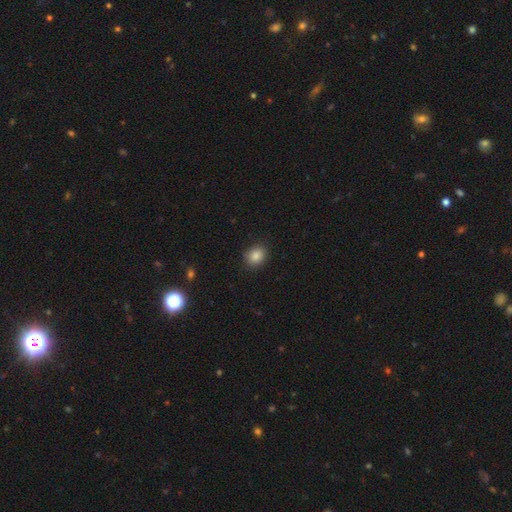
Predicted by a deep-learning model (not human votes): Smooth or featured?
  - smooth: 86% *
  - star or artifact: 10%
  - featured or disk: 4%
How rounded?
  - round: 61% *
  - in between: 38%
  - cigar-shaped: 1%
Merging?
  - none: 88% *
  - minor disturbance: 9%
  - major disturbance: 2%
  - merger: 1%